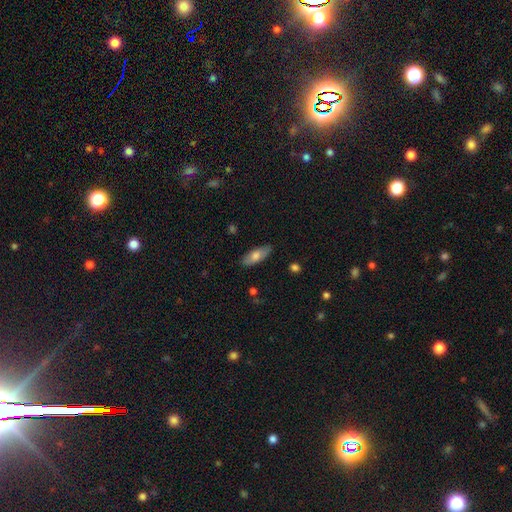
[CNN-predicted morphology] This is likely a smooth galaxy (71%). How rounded: likely in between (74%). Merging: clearly none (85%).